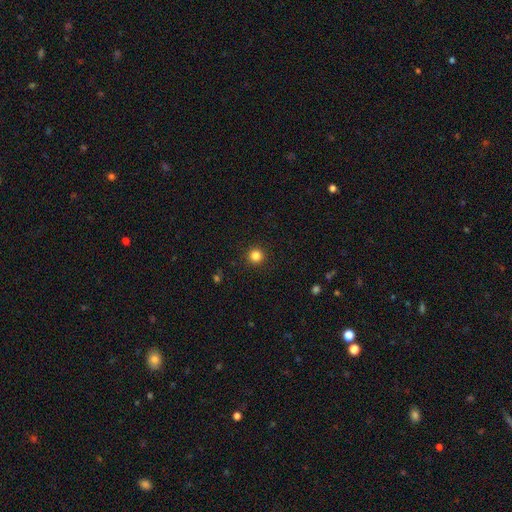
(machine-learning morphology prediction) This appears to be a smooth galaxy with no disk features (84%) that is round (96%). Merging: none (92%).